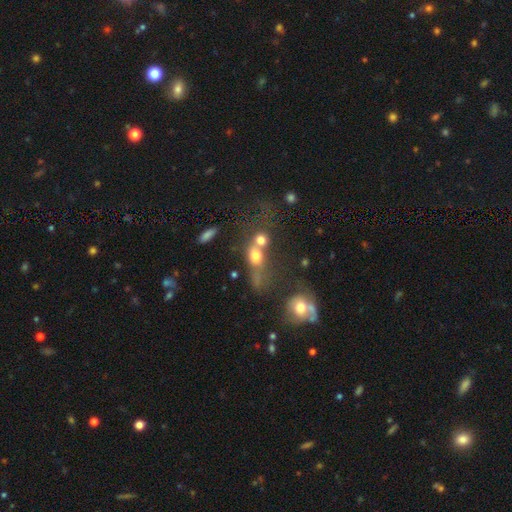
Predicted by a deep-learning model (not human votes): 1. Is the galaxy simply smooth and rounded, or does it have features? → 66% smooth, 19% featured or disk, 15% star or artifact.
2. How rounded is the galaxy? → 56% round, 38% in between, 6% cigar-shaped.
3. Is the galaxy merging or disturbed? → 57% merger, 22% none, 11% major disturbance, 10% minor disturbance.